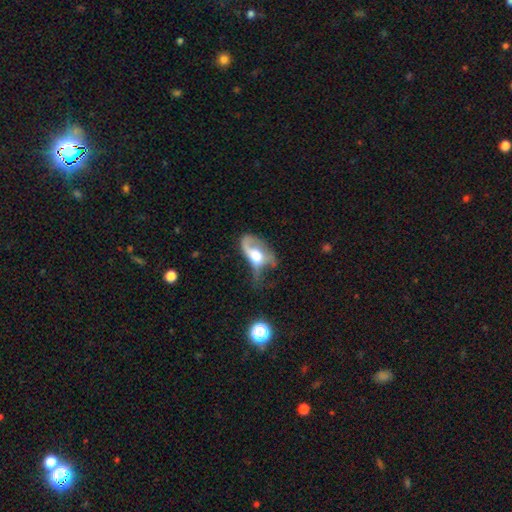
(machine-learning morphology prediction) smooth_or_featured: featured or disk (p=0.62) [alt: smooth p=0.31]
disk_edge_on: no (p=0.91) [alt: yes p=0.09]
bar: no (p=0.70) [alt: weak p=0.23]
has_spiral_arms: yes (p=0.61) [alt: no p=0.39]
bulge_size: moderate (p=0.51) [alt: large p=0.35]
merging: major disturbance (p=0.52) [alt: none p=0.21]